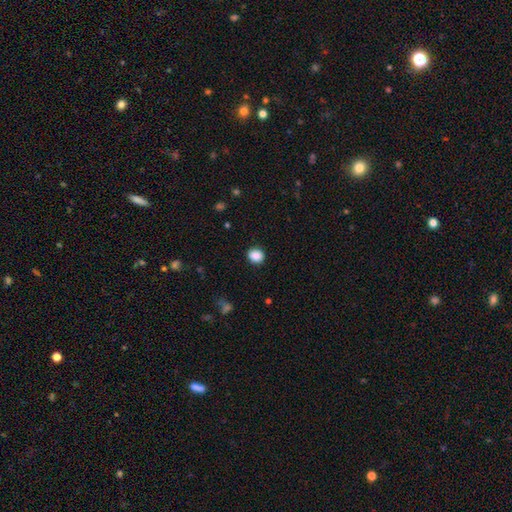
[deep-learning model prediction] smooth 88%, star or artifact 9%, featured or disk 3%. Down the decision tree: how rounded — round (72%); merging — none (89%).